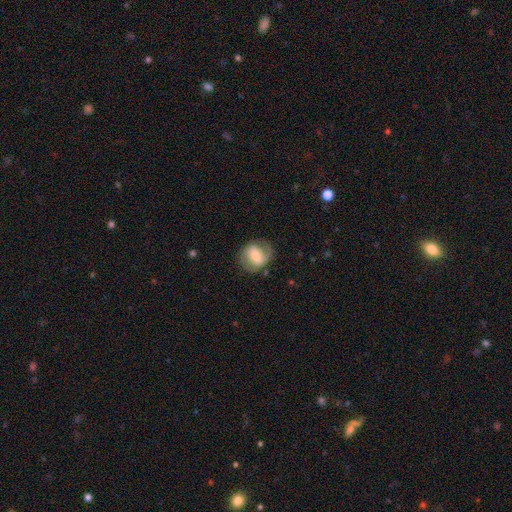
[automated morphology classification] This is possibly a smooth galaxy (47%). Merging: likely none (71%).